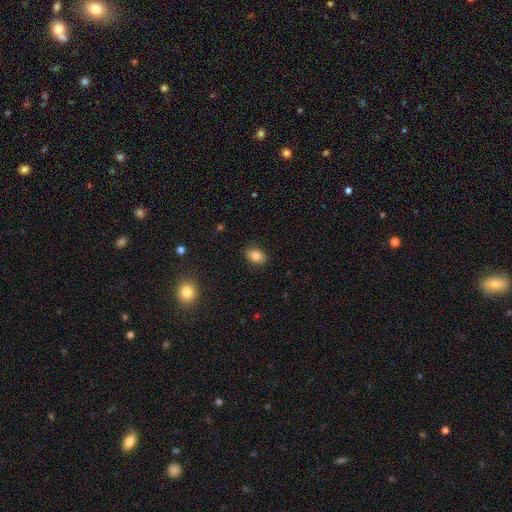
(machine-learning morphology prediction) smooth-or-featured: smooth: 83% | star or artifact: 9% | featured or disk: 8%
  how-rounded: in between: 76% | round: 23% | cigar-shaped: 1%
  merging: none: 85% | minor disturbance: 11% | major disturbance: 2% | merger: 1%